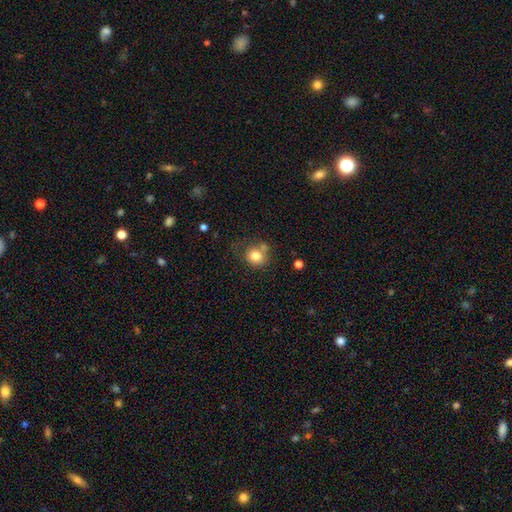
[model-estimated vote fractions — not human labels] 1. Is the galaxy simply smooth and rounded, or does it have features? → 80% smooth, 11% star or artifact, 10% featured or disk.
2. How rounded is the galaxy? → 84% round, 15% in between, 1% cigar-shaped.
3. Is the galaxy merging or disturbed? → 60% none, 18% merger, 16% minor disturbance, 6% major disturbance.